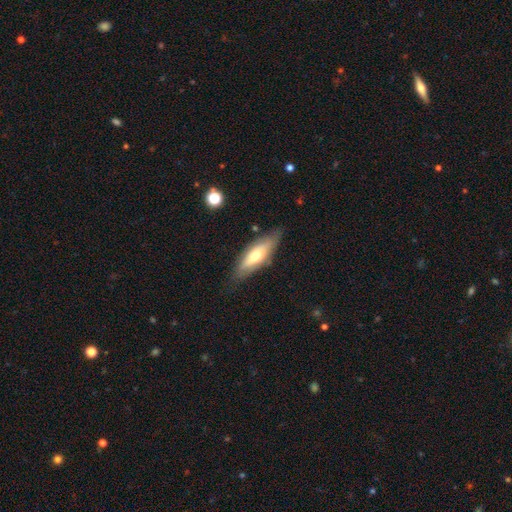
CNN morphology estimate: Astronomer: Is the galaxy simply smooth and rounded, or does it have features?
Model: smooth — 53% (runner-up: featured or disk, 41%).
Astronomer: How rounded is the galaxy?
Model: in between — 51% (runner-up: cigar-shaped, 47%).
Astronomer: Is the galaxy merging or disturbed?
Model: none — 75%.